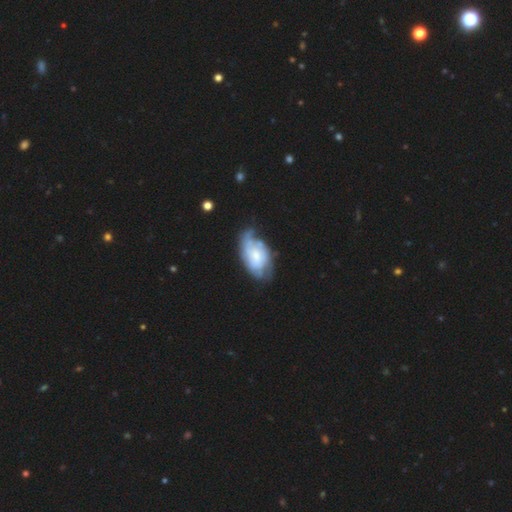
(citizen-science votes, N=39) Smooth or featured: featured or disk — 56% (smooth — 36%)
Edge-on disk: no — 95% (yes — 5%)
Bar: no — 57% (weak — 33%)
Spiral arms: yes — 86% (no — 14%)
Spiral winding: medium — 50% (loose — 33%)
Spiral arm count: 2 — 56% (can't tell — 22%)
Bulge size: moderate — 38% (tied with small — 38%)
Merging: none — 44% (minor disturbance — 28%)